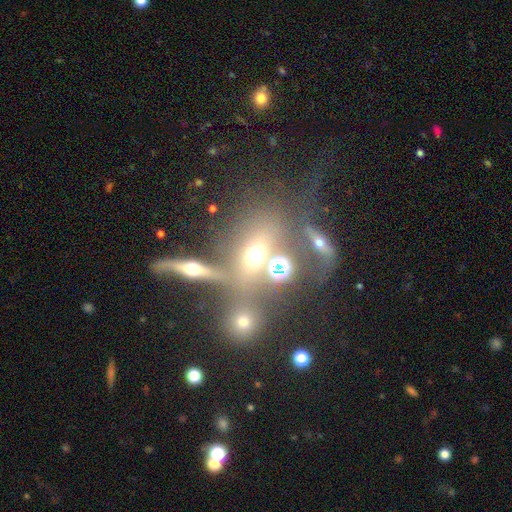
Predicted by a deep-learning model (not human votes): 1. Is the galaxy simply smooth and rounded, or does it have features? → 55% smooth, 23% featured or disk, 22% star or artifact.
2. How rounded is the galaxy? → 55% in between, 37% round, 8% cigar-shaped.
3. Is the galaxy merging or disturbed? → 43% none, 37% merger, 11% minor disturbance, 10% major disturbance.